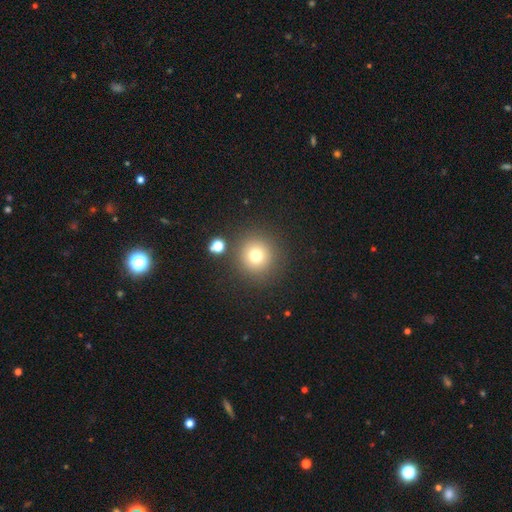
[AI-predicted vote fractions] smooth 74%, star or artifact 16%, featured or disk 10%. Down the decision tree: how rounded — round (95%); merging — none (85%).